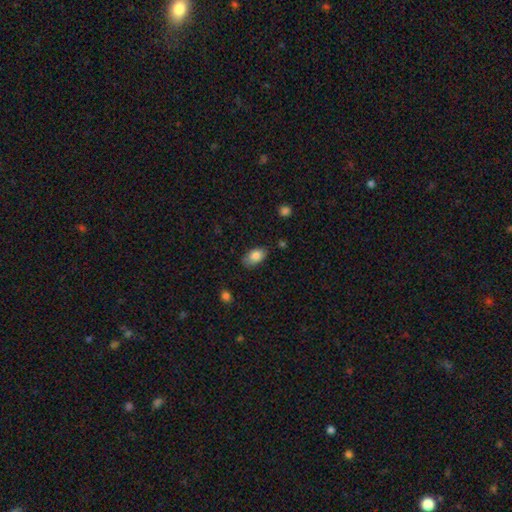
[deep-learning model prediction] Smooth or featured? Predicted: smooth (p=0.84). How rounded? Predicted: in between (p=0.91). Merging? Predicted: none (p=0.76).